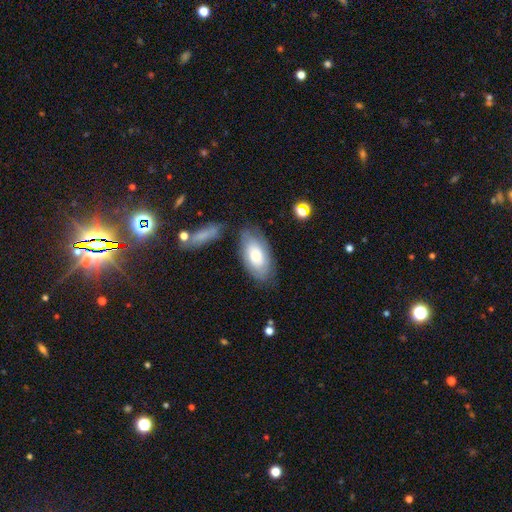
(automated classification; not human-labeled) Morphology: type=smooth (58%); roundness=in between (92%); merging=none (73%).